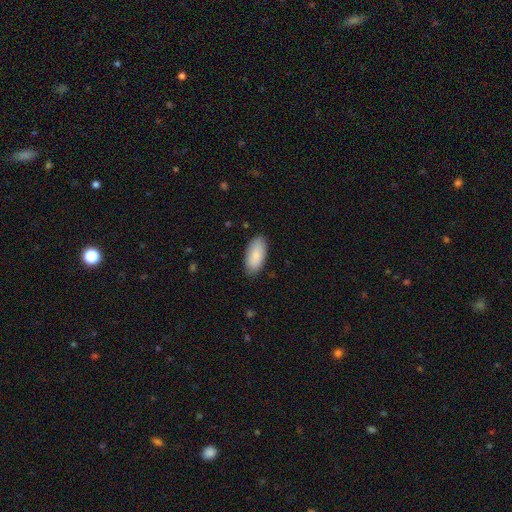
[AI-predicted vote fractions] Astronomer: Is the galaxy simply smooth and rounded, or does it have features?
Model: smooth — 87%.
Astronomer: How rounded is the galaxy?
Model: in between — 93%.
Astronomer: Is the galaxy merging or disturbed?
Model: none — 86%.